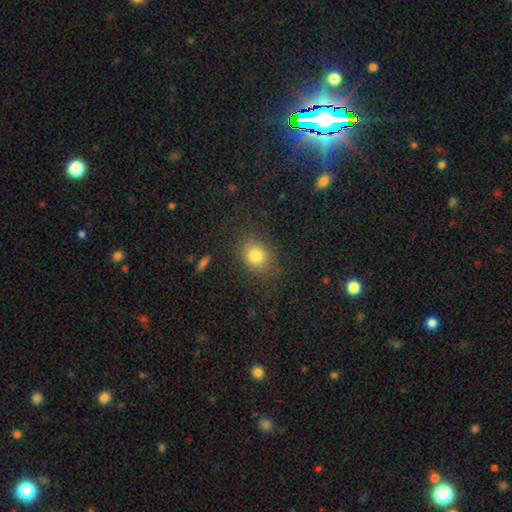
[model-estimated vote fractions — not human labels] Overall: smooth (80%). How rounded: round (54%; in between 44%). Merging: none (81%).